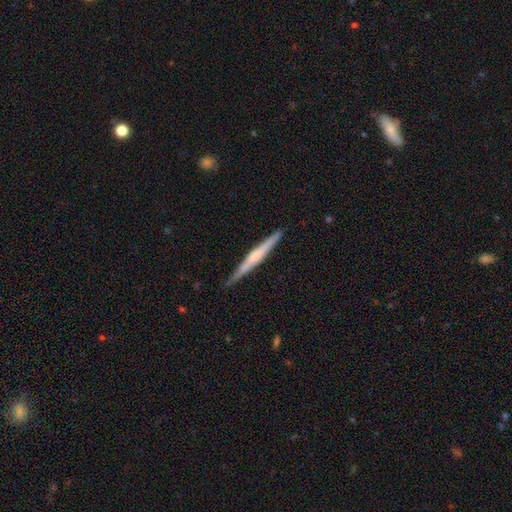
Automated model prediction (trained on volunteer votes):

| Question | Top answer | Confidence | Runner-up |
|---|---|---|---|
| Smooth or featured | featured or disk | 62% | smooth (33%) |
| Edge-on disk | yes | 98% | no (2%) |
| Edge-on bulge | rounded | 45% | none (36%) |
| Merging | none | 88% | minor disturbance (9%) |